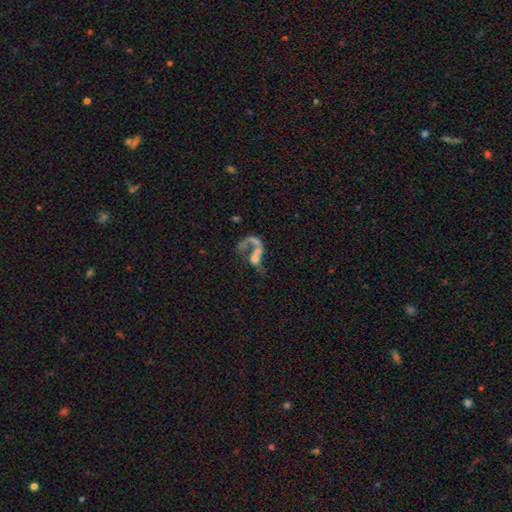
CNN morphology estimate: Smooth or featured: featured or disk — 66% (smooth — 22%)
Edge-on disk: no — 96% (yes — 4%)
Bar: no — 75% (weak — 19%)
Spiral arms: yes — 56% (no — 44%)
Bulge size: moderate — 31% (none — 28%)
Merging: major disturbance — 38% (merger — 36%)